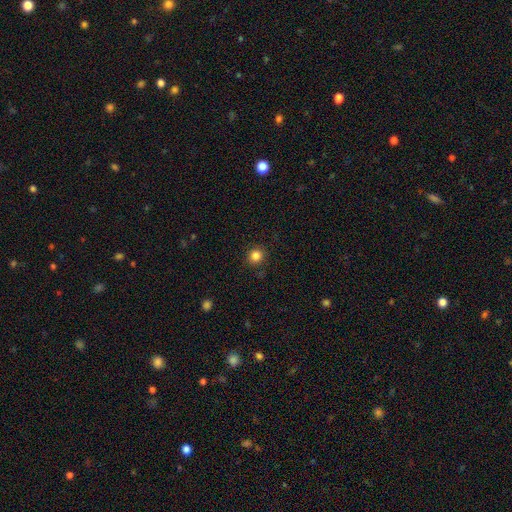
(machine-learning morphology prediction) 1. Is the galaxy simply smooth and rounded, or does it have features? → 84% smooth, 12% star or artifact, 4% featured or disk.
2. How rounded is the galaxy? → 90% round, 9% in between, 1% cigar-shaped.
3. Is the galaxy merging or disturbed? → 90% none, 7% minor disturbance, 2% major disturbance, 1% merger.